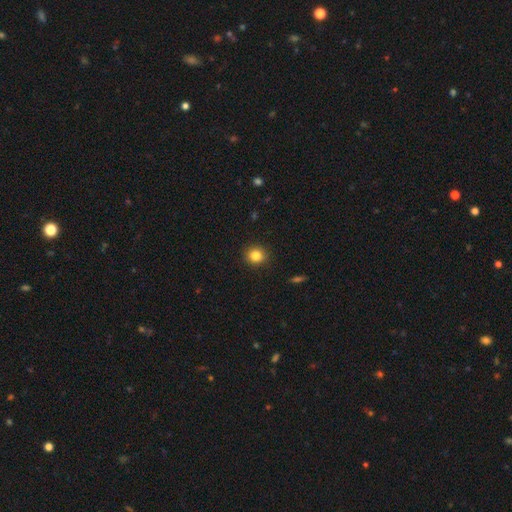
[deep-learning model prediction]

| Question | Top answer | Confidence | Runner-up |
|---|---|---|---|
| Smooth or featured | smooth | 84% | star or artifact (11%) |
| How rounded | round | 86% | in between (13%) |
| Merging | none | 91% | minor disturbance (6%) |